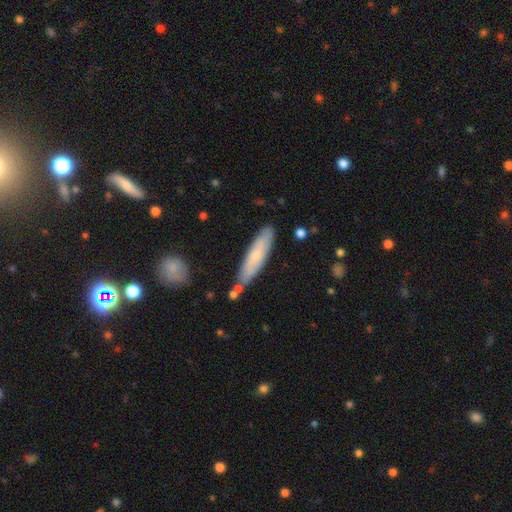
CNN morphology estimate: This is likely a smooth galaxy (63%). How rounded: clearly cigar-shaped (80%). Merging: likely none (77%).